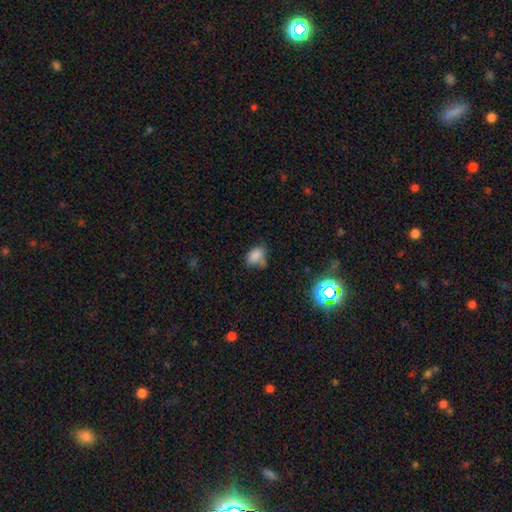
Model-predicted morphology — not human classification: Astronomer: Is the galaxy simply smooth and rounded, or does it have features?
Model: smooth — 81%.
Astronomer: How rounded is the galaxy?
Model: in between — 83%.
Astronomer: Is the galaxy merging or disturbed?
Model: none — 52%.